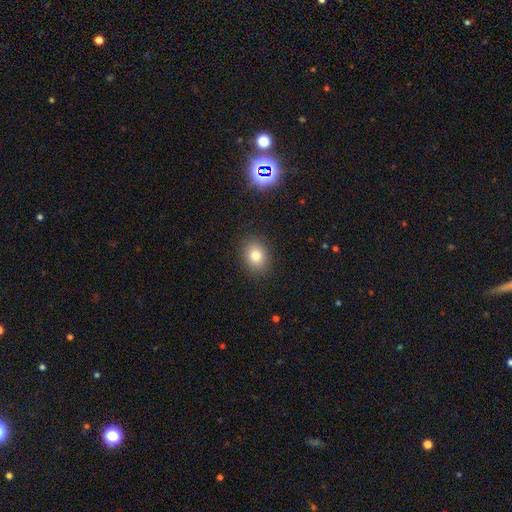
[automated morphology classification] Smooth or featured? Predicted: smooth (p=0.79). How rounded? Predicted: in between (p=0.50). Merging? Predicted: none (p=0.88).